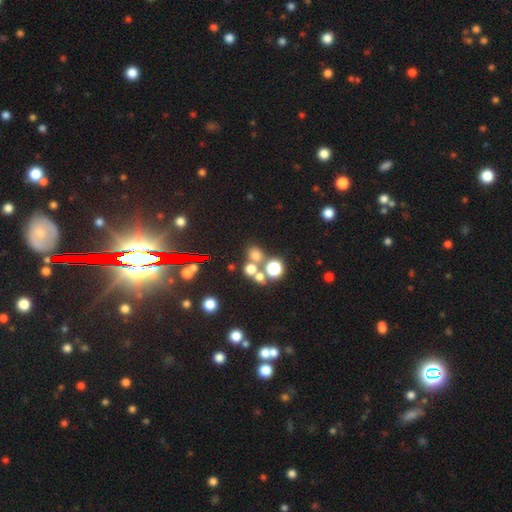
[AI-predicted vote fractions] smooth_or_featured: smooth (p=0.61) [alt: star or artifact p=0.29]
how_rounded: round (p=0.80) [alt: in between p=0.18]
merging: none (p=0.57) [alt: merger p=0.30]